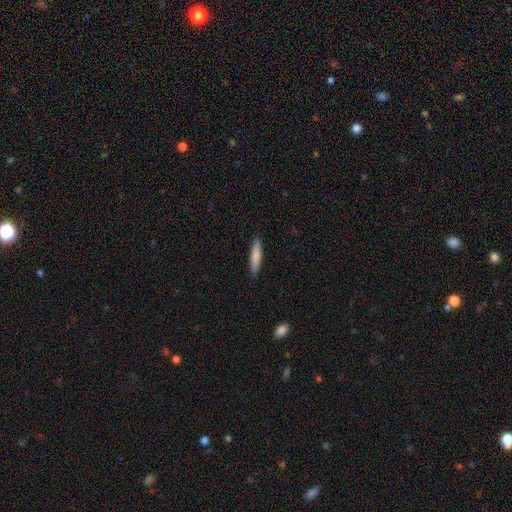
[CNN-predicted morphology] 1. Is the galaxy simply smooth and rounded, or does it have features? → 79% smooth, 16% featured or disk, 6% star or artifact.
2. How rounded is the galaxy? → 85% cigar-shaped, 13% in between, 1% round.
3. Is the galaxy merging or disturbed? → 88% none, 9% minor disturbance, 2% major disturbance, 1% merger.